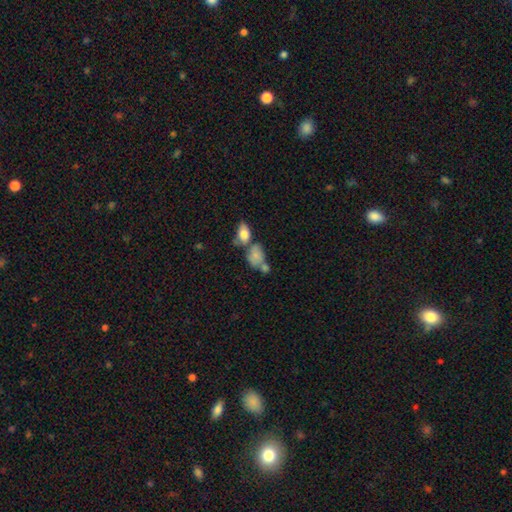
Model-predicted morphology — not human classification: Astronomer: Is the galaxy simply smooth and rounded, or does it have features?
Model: smooth — 73%.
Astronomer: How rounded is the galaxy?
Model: in between — 76%.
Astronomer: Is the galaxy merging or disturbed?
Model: merger — 49% (runner-up: none, 27%).